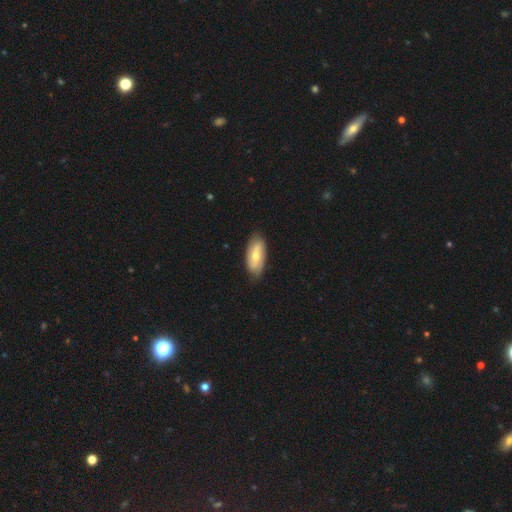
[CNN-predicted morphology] This is possibly a smooth galaxy (48%). Merging: clearly none (82%).